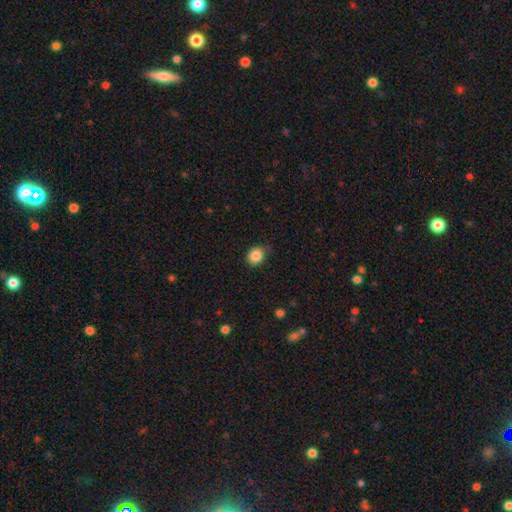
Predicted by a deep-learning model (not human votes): Smooth or featured? Predicted: smooth (p=0.86). How rounded? Predicted: round (p=0.65). Merging? Predicted: none (p=0.76).